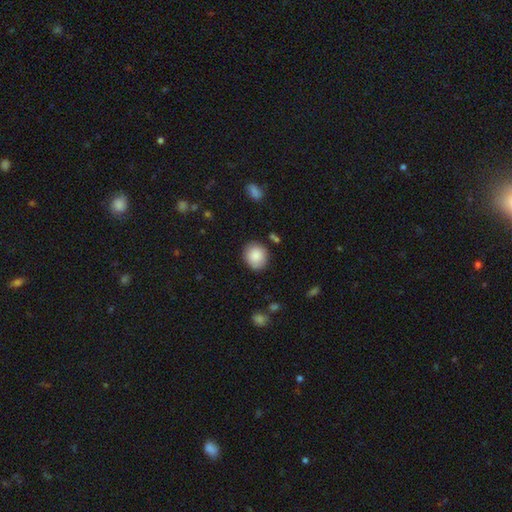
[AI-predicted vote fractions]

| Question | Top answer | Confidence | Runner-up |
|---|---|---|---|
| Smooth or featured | smooth | 88% | star or artifact (7%) |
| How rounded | round | 73% | in between (27%) |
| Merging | none | 84% | minor disturbance (11%) |